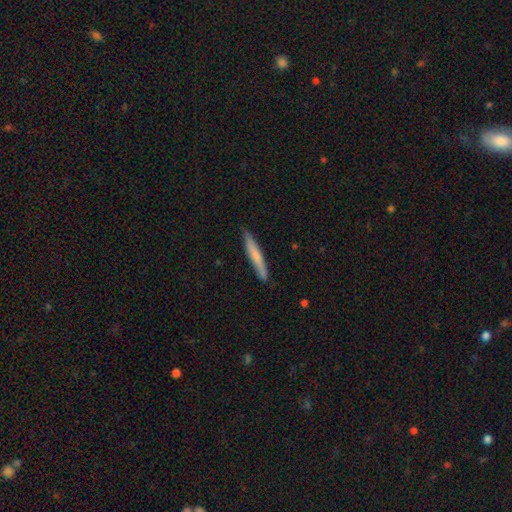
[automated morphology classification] Smooth or featured? smooth (67%)
How rounded? cigar-shaped (95%)
Merging? none (88%)